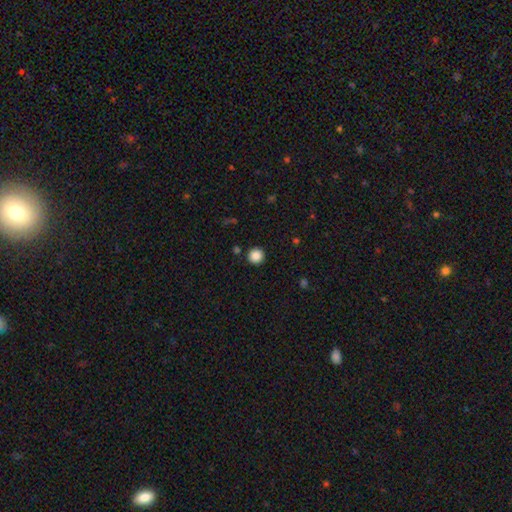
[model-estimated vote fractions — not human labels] A smooth galaxy with no disk features (86%) that is round (96%). Merging: none (92%).